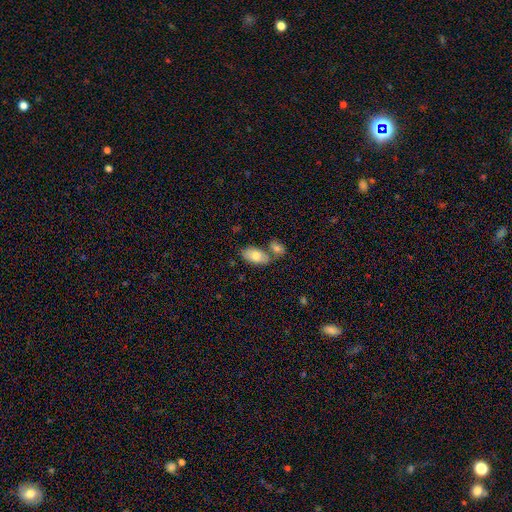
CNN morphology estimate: A smooth galaxy with no disk features (77%) that is in between round and cigar-shaped (93%). Merging: none (54%).